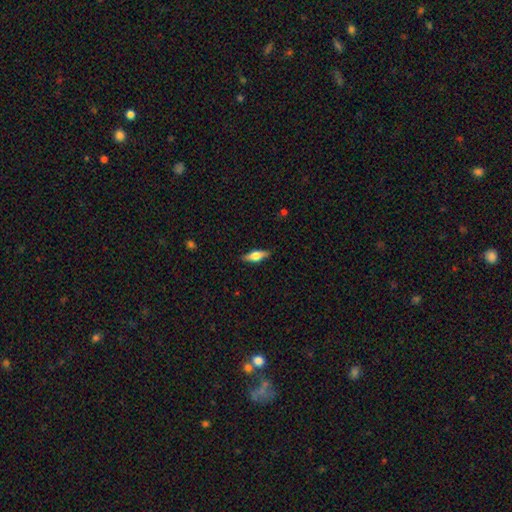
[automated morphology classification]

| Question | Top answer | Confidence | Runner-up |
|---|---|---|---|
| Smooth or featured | smooth | 49% | featured or disk (44%) |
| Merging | none | 87% | minor disturbance (10%) |